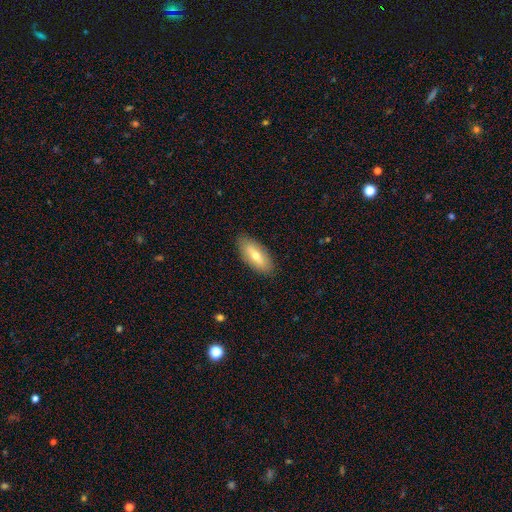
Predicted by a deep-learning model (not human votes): smooth-or-featured: smooth: 61% | featured or disk: 33% | star or artifact: 6%
  how-rounded: in between: 82% | cigar-shaped: 15% | round: 2%
  merging: none: 87% | minor disturbance: 10% | major disturbance: 2% | merger: 1%